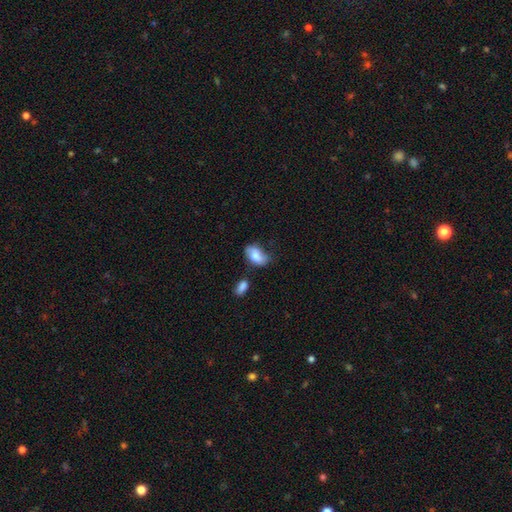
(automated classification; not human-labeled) Morphology: type=smooth (74%); roundness=in between (91%); merging=none (50%).